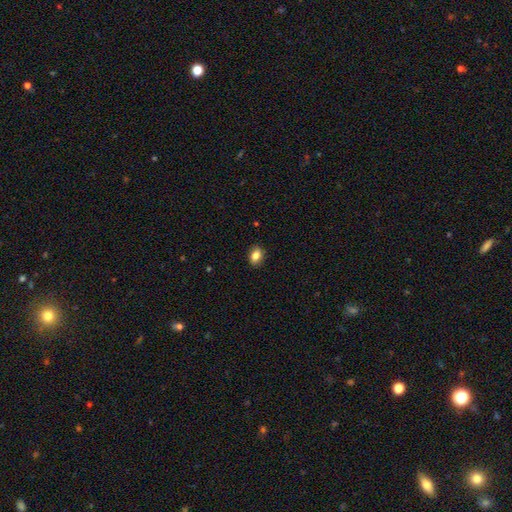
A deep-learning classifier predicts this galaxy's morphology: The model was most divided on "how rounded": in between: 76%, round: 22%, cigar-shaped: 2%. More confident: merging — none (86%); smooth or featured — smooth (82%).